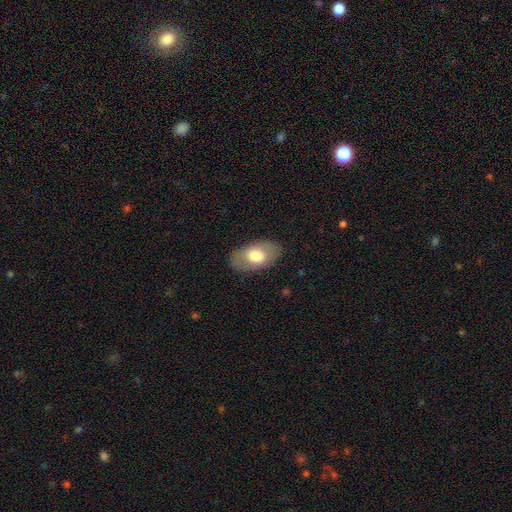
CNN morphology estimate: type=smooth (59%); roundness=in between (91%); merging=none (83%).